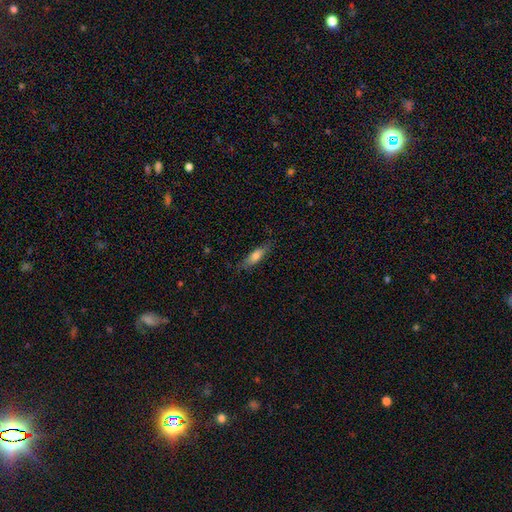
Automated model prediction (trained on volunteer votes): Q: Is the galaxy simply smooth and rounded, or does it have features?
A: smooth — 71%.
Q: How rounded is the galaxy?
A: cigar-shaped — 53%.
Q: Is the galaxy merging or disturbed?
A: none — 76%.